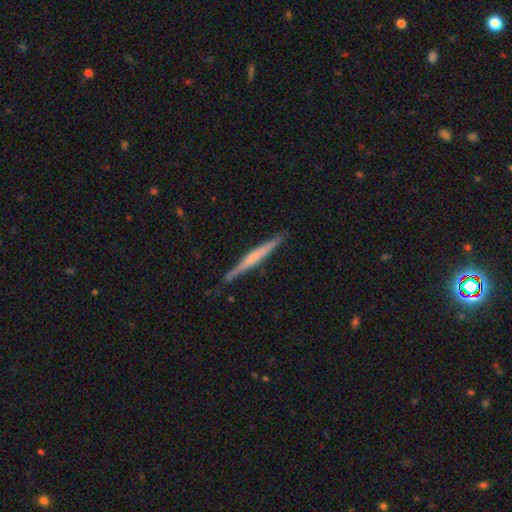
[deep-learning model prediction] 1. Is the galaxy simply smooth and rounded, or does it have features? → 57% featured or disk, 37% smooth, 5% star or artifact.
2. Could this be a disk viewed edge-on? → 98% yes, 2% no.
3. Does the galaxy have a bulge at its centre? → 56% none, 31% rounded, 13% boxy.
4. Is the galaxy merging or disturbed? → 87% none, 10% minor disturbance, 2% major disturbance, 1% merger.